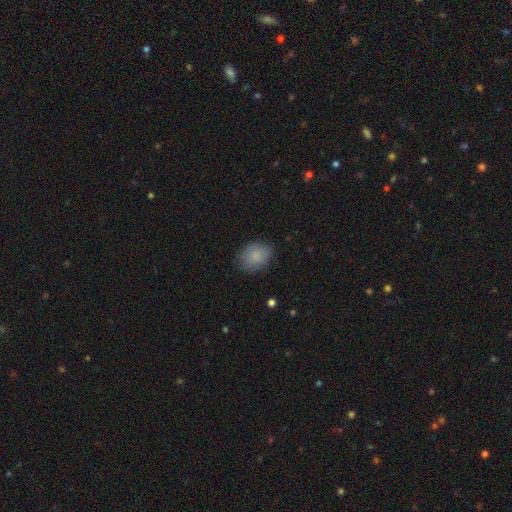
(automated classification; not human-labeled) Smooth or featured: smooth — 86% (star or artifact — 8%)
How rounded: in between — 64% (round — 35%)
Merging: none — 79% (minor disturbance — 16%)